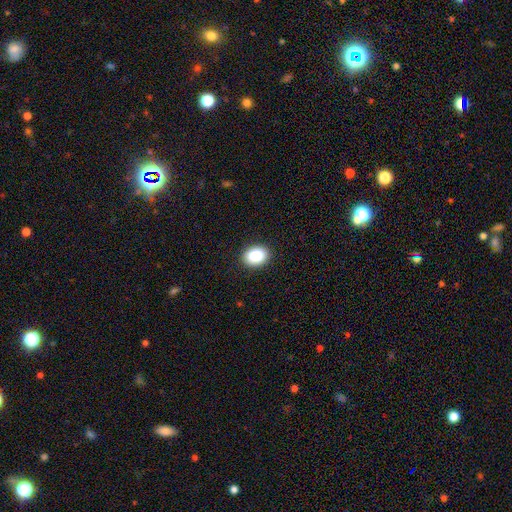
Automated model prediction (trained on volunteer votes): A smooth galaxy with no disk features (89%) that is in between round and cigar-shaped (68%).

Vote fractions:
- Smooth or featured? smooth: 89% / star or artifact: 8% / featured or disk: 3%
- How rounded? in between: 68% / round: 31% / cigar-shaped: 1%
- Merging? none: 90% / minor disturbance: 7% / major disturbance: 2% / merger: 1%